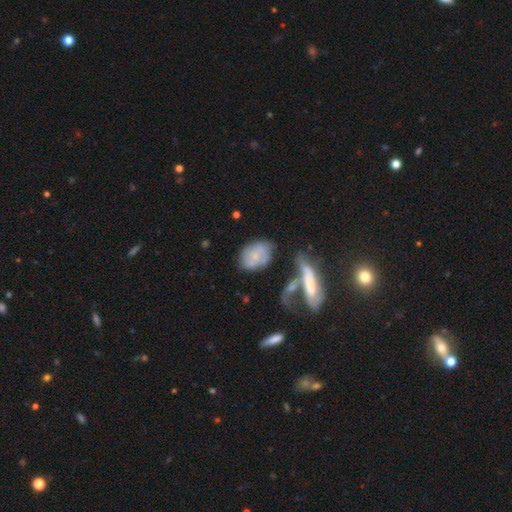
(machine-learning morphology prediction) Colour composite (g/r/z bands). It shows a smooth galaxy with no disk features (50%). Merging: none (52%).